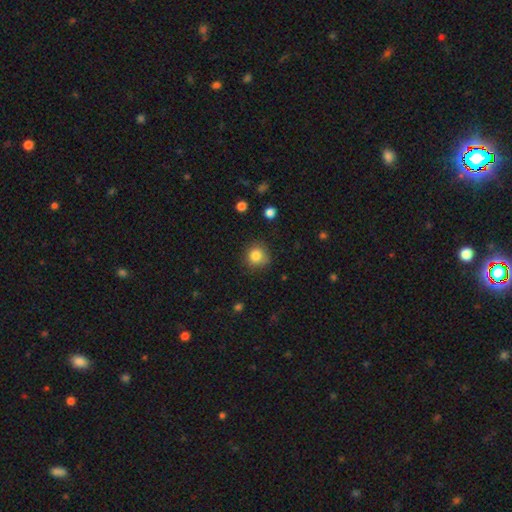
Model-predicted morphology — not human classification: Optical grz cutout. It shows a smooth galaxy with no disk features (83%) that is round (89%). Merging: none (78%).